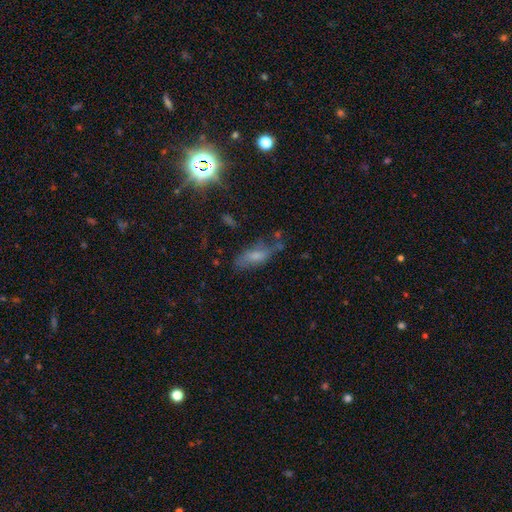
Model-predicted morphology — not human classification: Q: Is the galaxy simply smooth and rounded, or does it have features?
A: smooth — 59%.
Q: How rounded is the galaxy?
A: in between — 70%.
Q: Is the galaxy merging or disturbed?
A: none — 49%.